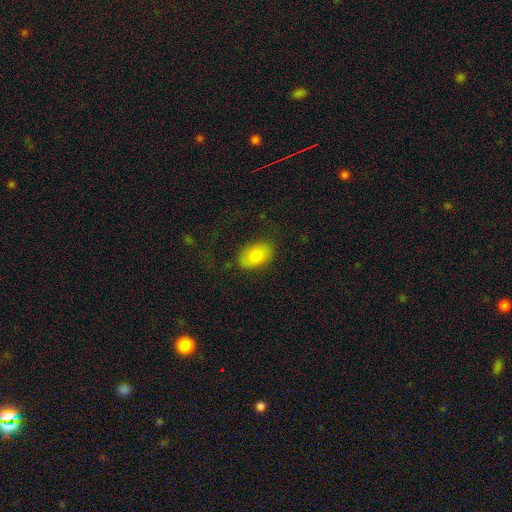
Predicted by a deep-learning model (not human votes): Morphology: type=smooth (81%); roundness=in between (89%); merging=none (81%).